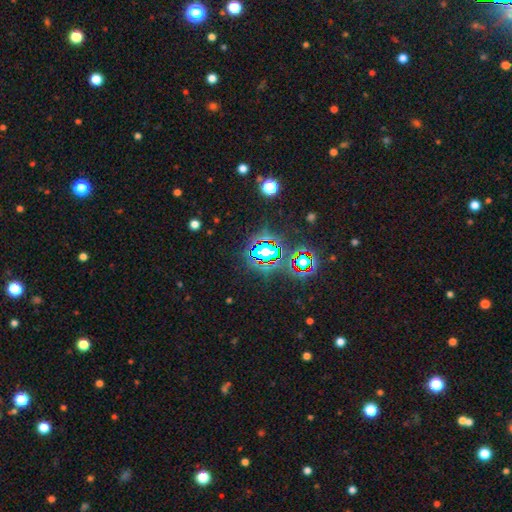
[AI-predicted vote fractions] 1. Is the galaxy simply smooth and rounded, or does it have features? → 81% star or artifact, 11% smooth, 8% featured or disk.